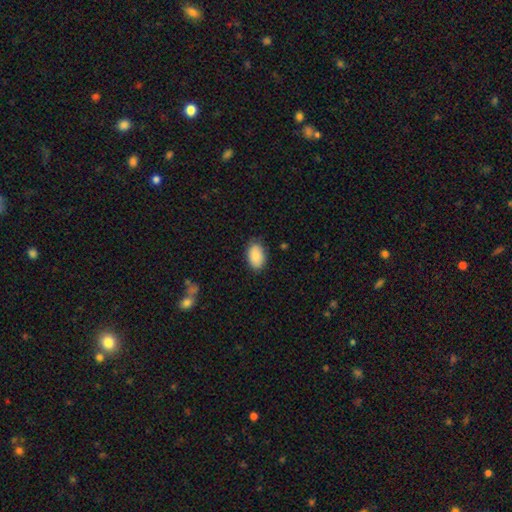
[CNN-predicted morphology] smooth-or-featured: smooth: 89% | star or artifact: 7% | featured or disk: 5%
  how-rounded: in between: 92% | round: 7% | cigar-shaped: 1%
  merging: none: 81% | minor disturbance: 15% | major disturbance: 3% | merger: 1%